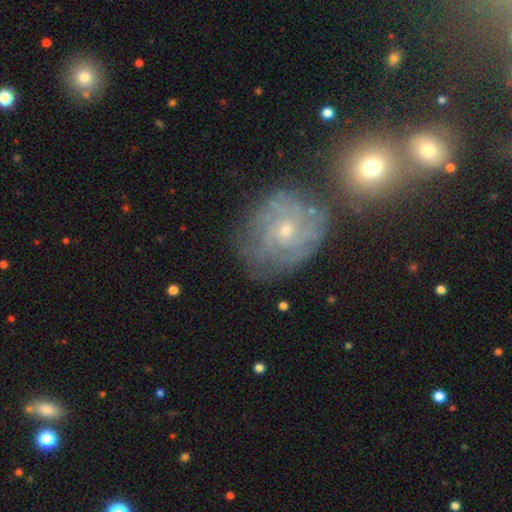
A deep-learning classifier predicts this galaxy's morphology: The model was most divided on "spiral arm count": can't tell: 49%, 3: 14%, 2: 13%, 4: 11%, more than 4: 7%, 1: 6%. More confident: edge-on disk — no (97%); spiral arms — yes (86%); smooth or featured — featured or disk (70%); merging — none (70%); bar — no (67%); bulge size — small (67%); spiral winding — tight (66%).